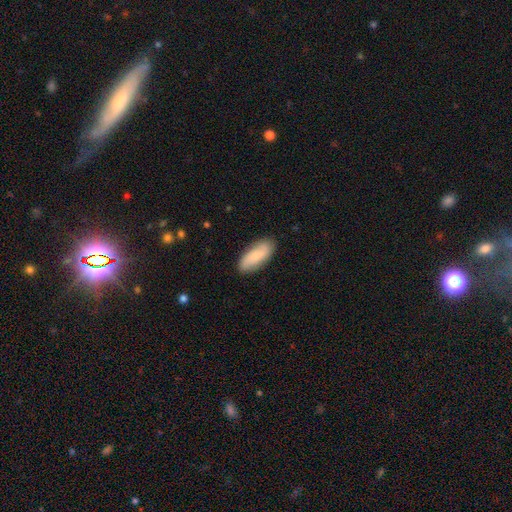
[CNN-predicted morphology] smooth_or_featured: smooth (p=0.69) [alt: featured or disk p=0.25]
how_rounded: in between (p=0.81) [alt: cigar-shaped p=0.16]
merging: none (p=0.85) [alt: minor disturbance p=0.12]